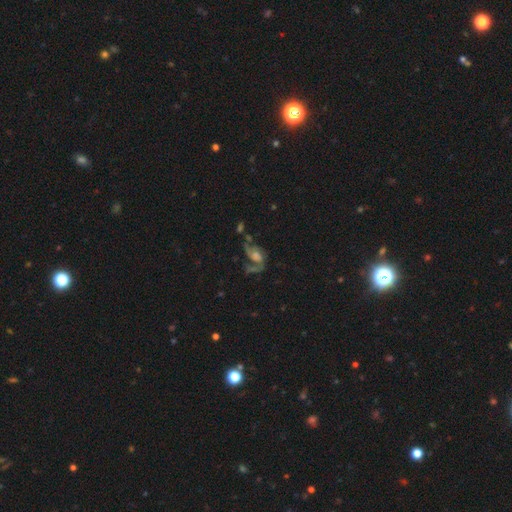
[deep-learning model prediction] Smooth or featured? featured or disk (73%)
Edge-on disk? no (97%)
Bar? no (59%)
Spiral arms? yes (86%)
Spiral winding? loose (47%)
Spiral arm count? 2 (73%)
Bulge size? moderate (42%)
Merging? none (37%)